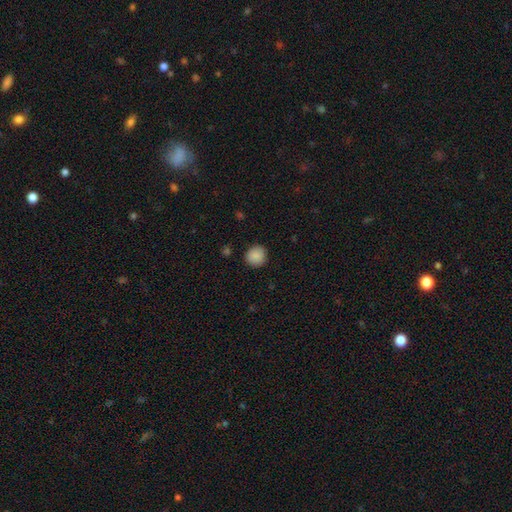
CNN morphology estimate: This appears to be a smooth galaxy with no disk features (88%) that is round (91%). Merging: none (89%).